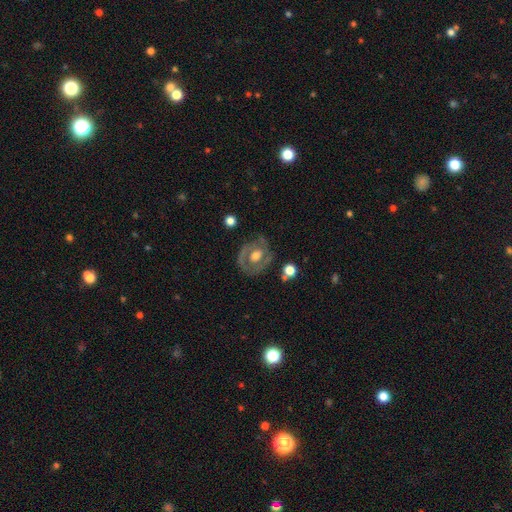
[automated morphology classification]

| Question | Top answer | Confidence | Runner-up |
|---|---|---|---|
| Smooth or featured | featured or disk | 68% | smooth (26%) |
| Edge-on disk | no | 96% | yes (4%) |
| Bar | no | 63% | weak (29%) |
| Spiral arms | yes | 54% | no (46%) |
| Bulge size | moderate | 61% | large (25%) |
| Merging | none | 68% | minor disturbance (20%) |